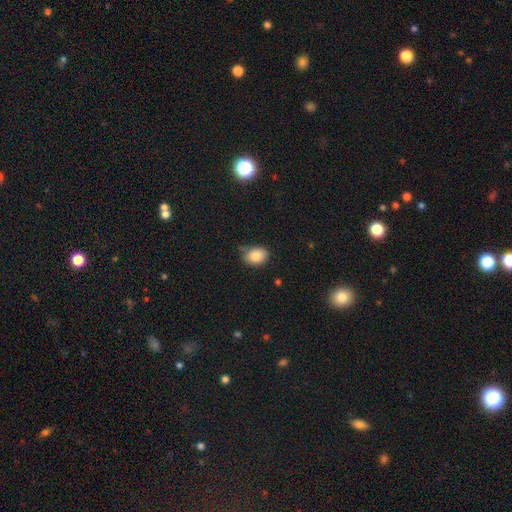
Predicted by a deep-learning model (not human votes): Q: Smooth or featured?
A: smooth (86%); runner-up: star or artifact (8%)
Q: How rounded?
A: in between (70%); runner-up: round (29%)
Q: Merging?
A: none (69%); runner-up: minor disturbance (24%)